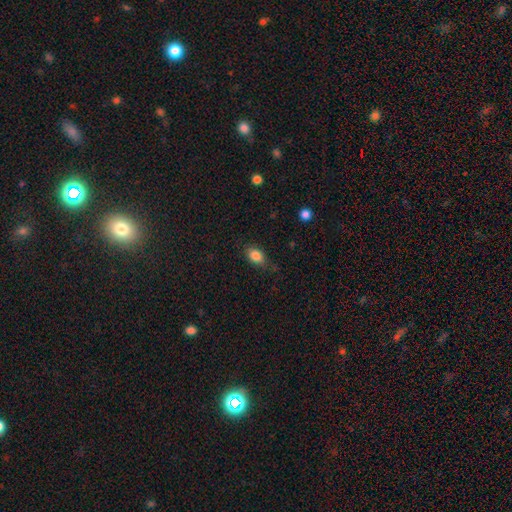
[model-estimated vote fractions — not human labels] smooth 84%, star or artifact 9%, featured or disk 7%. Down the decision tree: how rounded — in between (81%); merging — none (75%).